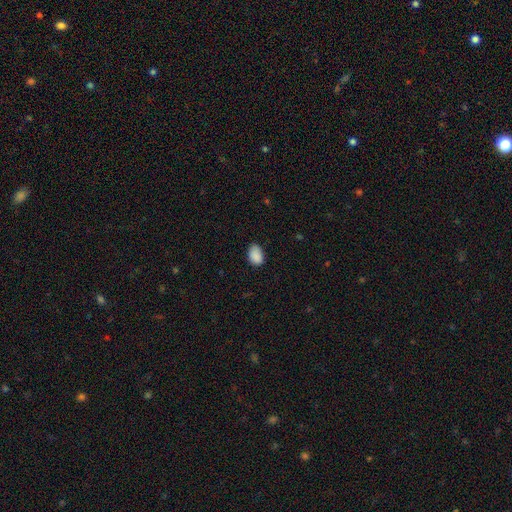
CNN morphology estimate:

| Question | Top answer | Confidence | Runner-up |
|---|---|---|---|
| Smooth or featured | smooth | 89% | star or artifact (8%) |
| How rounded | in between | 84% | round (14%) |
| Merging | none | 75% | minor disturbance (21%) |